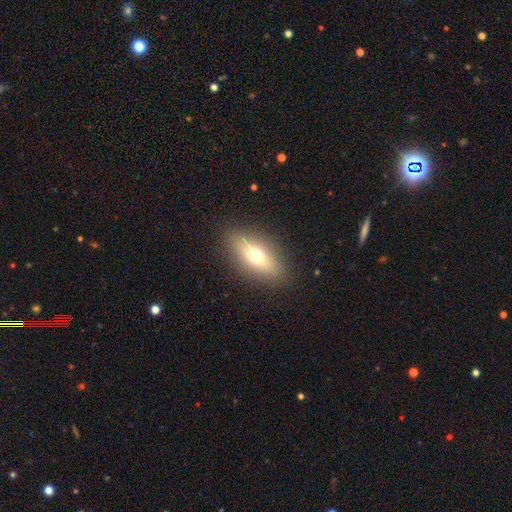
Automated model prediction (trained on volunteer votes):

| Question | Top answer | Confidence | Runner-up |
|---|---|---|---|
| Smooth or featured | smooth | 61% | featured or disk (29%) |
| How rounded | in between | 72% | cigar-shaped (22%) |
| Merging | none | 87% | minor disturbance (9%) |